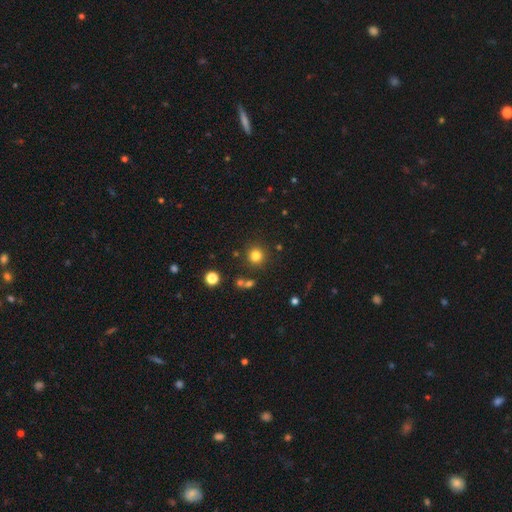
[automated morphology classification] The model was most divided on "smooth or featured": smooth: 80%, star or artifact: 15%, featured or disk: 5%. More confident: how rounded — round (93%); merging — none (85%).